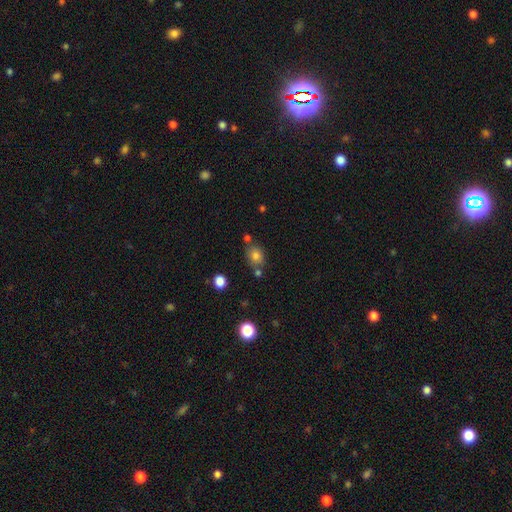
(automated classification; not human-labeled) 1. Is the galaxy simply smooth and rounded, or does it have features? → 78% smooth, 13% star or artifact, 9% featured or disk.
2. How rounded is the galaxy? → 55% round, 43% in between, 1% cigar-shaped.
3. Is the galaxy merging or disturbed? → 69% none, 14% merger, 14% minor disturbance, 4% major disturbance.